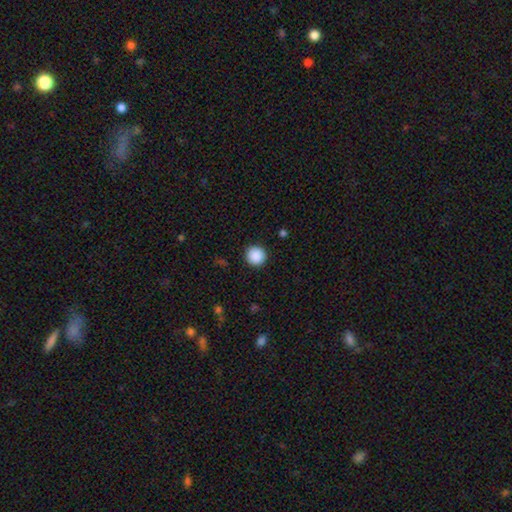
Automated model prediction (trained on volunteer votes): Smooth or featured: smooth — 89% (star or artifact — 9%)
How rounded: round — 95% (in between — 4%)
Merging: none — 92% (minor disturbance — 5%)